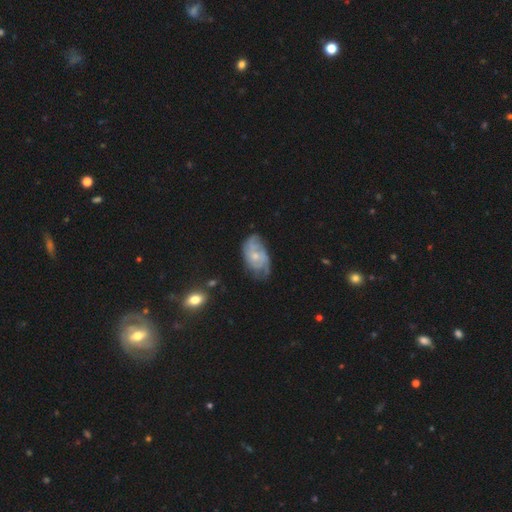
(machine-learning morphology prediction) A featured or disk galaxy (71%) with no bar (76%), tight (49%) spiral arms (85%) and a small central bulge (59%). Merging: none (57%).